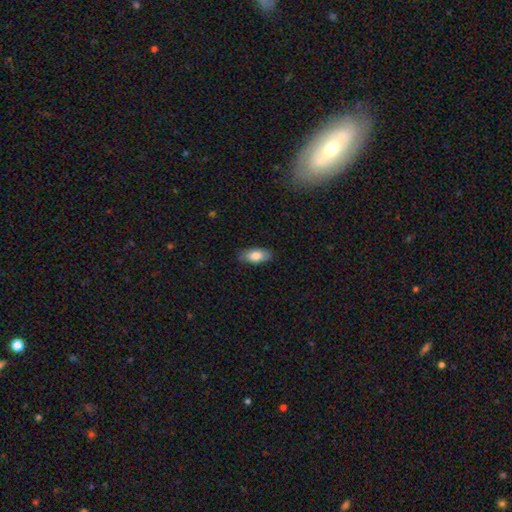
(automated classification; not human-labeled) smooth_or_featured: smooth (p=0.81) [alt: featured or disk p=0.13]
how_rounded: in between (p=0.89) [alt: cigar-shaped p=0.08]
merging: none (p=0.81) [alt: minor disturbance p=0.15]